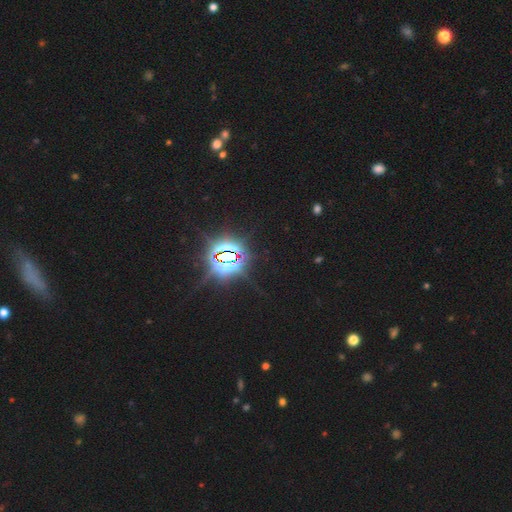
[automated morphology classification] A star or artifact, not a galaxy (82%).